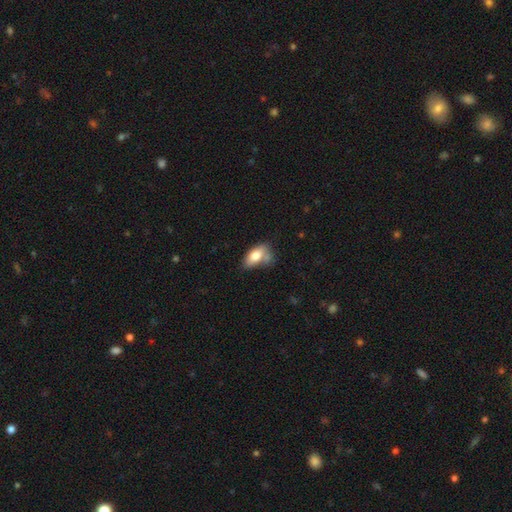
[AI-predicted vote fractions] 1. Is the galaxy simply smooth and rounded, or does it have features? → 76% smooth, 16% featured or disk, 8% star or artifact.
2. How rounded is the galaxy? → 89% in between, 6% round, 5% cigar-shaped.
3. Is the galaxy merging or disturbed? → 41% none, 28% minor disturbance, 19% merger, 11% major disturbance.